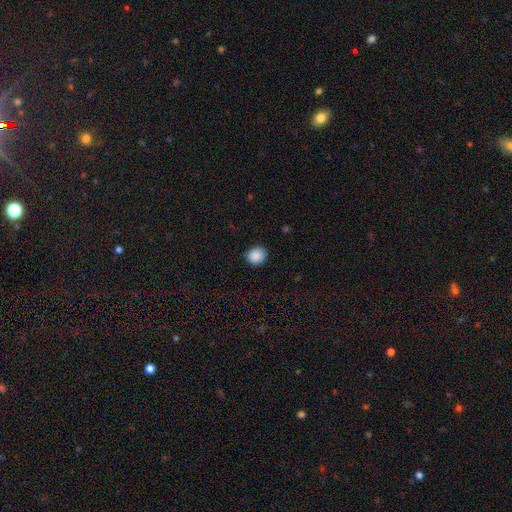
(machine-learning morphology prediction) Smooth or featured: smooth — 88% (star or artifact — 8%)
How rounded: round — 73% (in between — 26%)
Merging: none — 86% (minor disturbance — 11%)